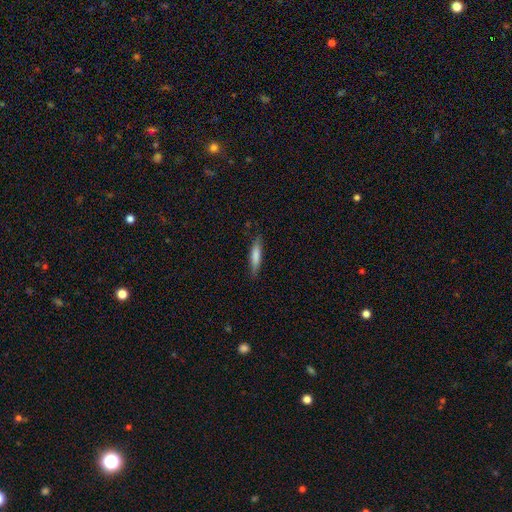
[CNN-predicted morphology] This is likely a smooth galaxy (76%). How rounded: clearly cigar-shaped (86%). Merging: clearly none (85%).